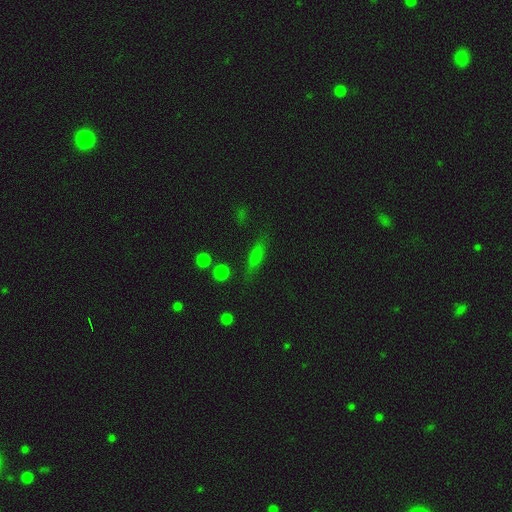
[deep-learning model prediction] smooth_or_featured: smooth (p=0.60) [alt: featured or disk p=0.24]
how_rounded: cigar-shaped (p=0.65) [alt: in between p=0.30]
merging: none (p=0.79) [alt: minor disturbance p=0.14]